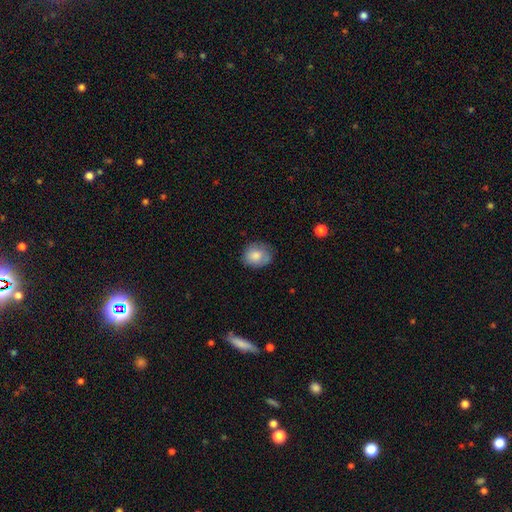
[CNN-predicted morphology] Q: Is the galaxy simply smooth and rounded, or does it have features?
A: smooth — 79%.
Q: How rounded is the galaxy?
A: round — 59%.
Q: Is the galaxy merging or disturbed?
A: none — 67%.